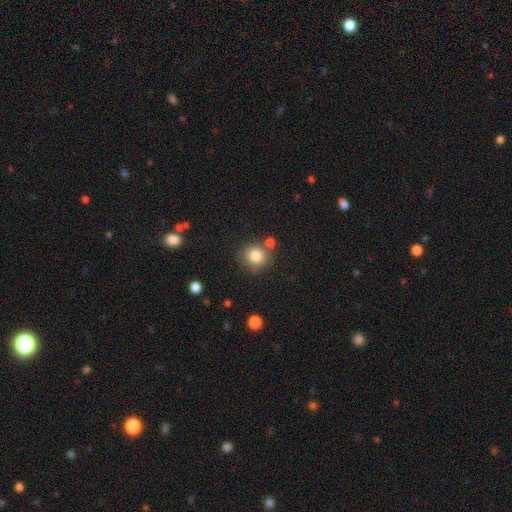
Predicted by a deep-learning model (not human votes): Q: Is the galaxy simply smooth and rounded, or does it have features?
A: smooth — 82%.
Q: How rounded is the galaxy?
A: round — 87%.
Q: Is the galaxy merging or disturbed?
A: none — 74%.